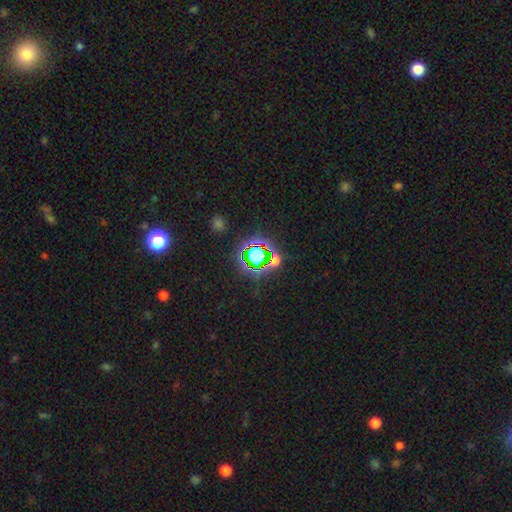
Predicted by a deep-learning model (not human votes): A star or artifact, not a galaxy (71%).